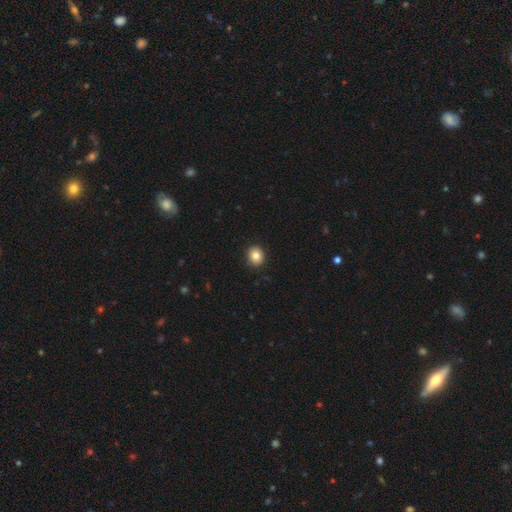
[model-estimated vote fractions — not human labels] This is clearly a smooth galaxy (83%). How rounded: clearly round (82%). Merging: clearly none (92%).